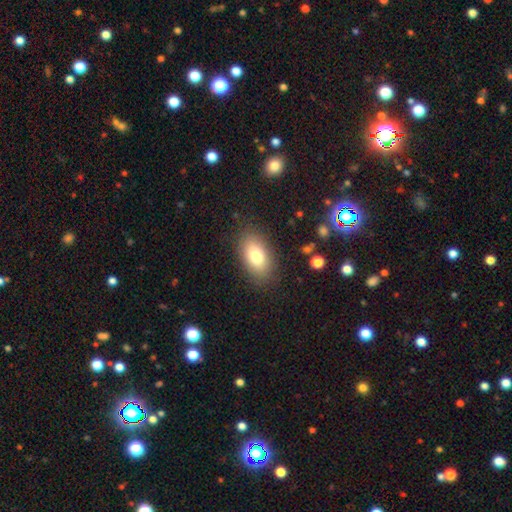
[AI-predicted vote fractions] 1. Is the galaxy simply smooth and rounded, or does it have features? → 79% smooth, 13% featured or disk, 9% star or artifact.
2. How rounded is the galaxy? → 91% in between, 7% round, 3% cigar-shaped.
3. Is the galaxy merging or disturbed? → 85% none, 10% minor disturbance, 4% major disturbance, 1% merger.